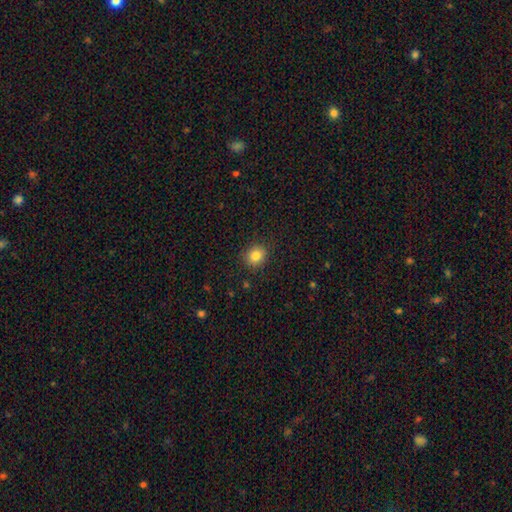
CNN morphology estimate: Smooth or featured? Predicted: smooth (p=0.84). How rounded? Predicted: round (p=0.79). Merging? Predicted: none (p=0.88).